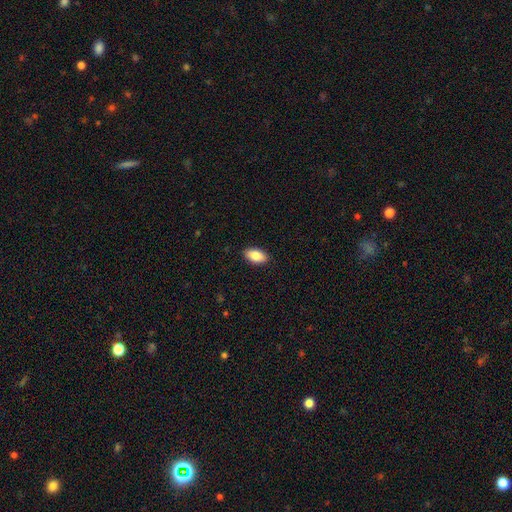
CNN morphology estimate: Smooth or featured? smooth (85%)
How rounded? in between (93%)
Merging? none (90%)